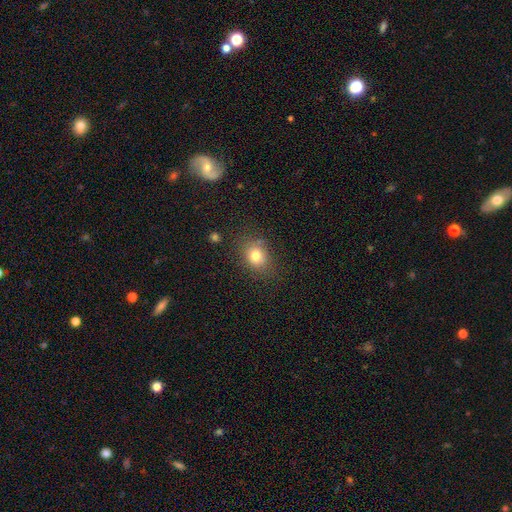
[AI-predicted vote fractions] This is likely a smooth galaxy (77%). How rounded: possibly round (53%). Merging: likely none (76%).